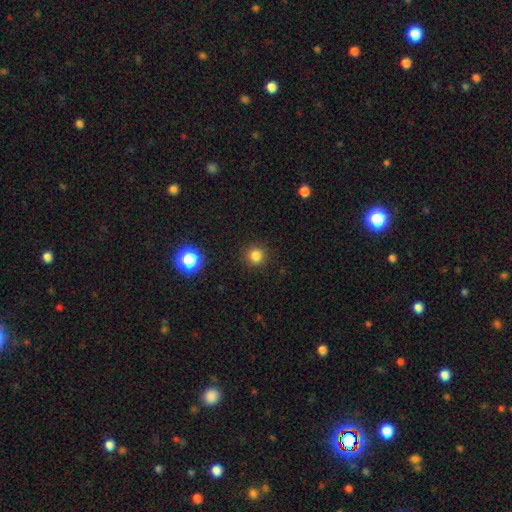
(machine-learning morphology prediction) Smooth or featured?
  - smooth: 82% *
  - star or artifact: 14%
  - featured or disk: 4%
How rounded?
  - round: 94% *
  - in between: 5%
  - cigar-shaped: 1%
Merging?
  - none: 91% *
  - minor disturbance: 6%
  - major disturbance: 2%
  - merger: 1%